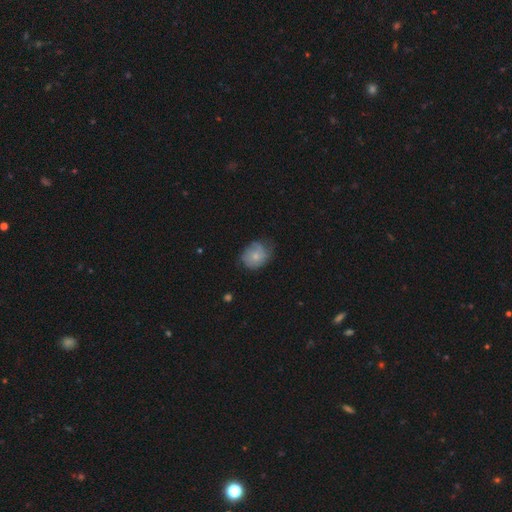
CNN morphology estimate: smooth 63%, featured or disk 30%, star or artifact 8%. Down the decision tree: how rounded — round (63%); merging — none (54%).